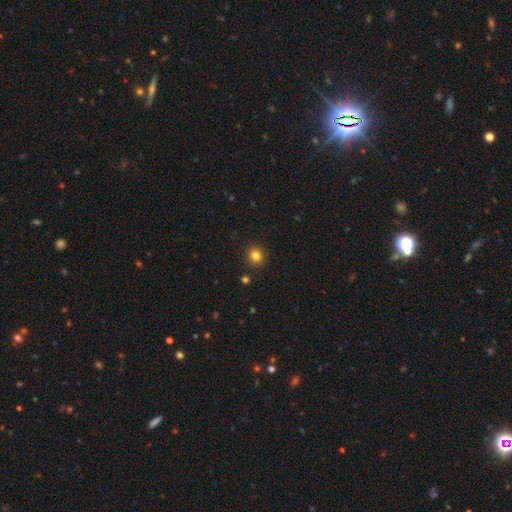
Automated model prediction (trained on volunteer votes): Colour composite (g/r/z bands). It shows a smooth galaxy with no disk features (82%) that is round (92%). Merging: none (91%).